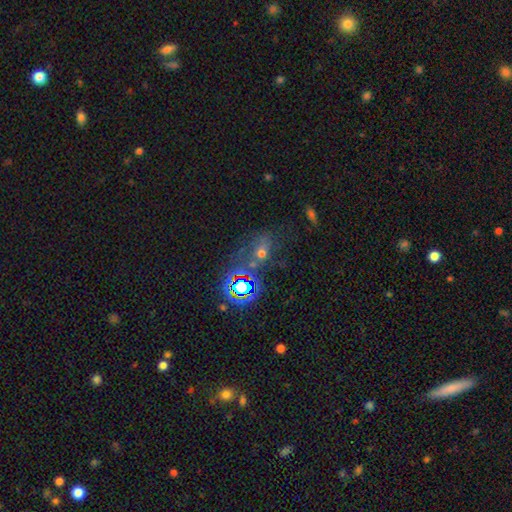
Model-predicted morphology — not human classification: The model was most divided on "smooth or featured": smooth: 44%, star or artifact: 38%, featured or disk: 17%. Remaining: merging — none (46%).